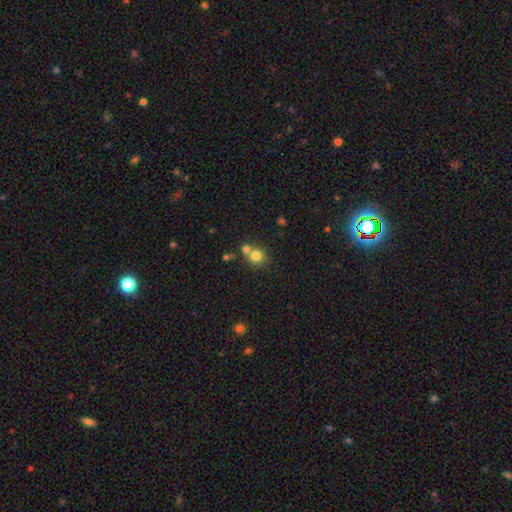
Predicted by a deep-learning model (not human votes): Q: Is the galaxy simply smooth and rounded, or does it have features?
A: smooth — 79%.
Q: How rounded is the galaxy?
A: round — 84%.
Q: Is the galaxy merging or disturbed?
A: none — 53%.